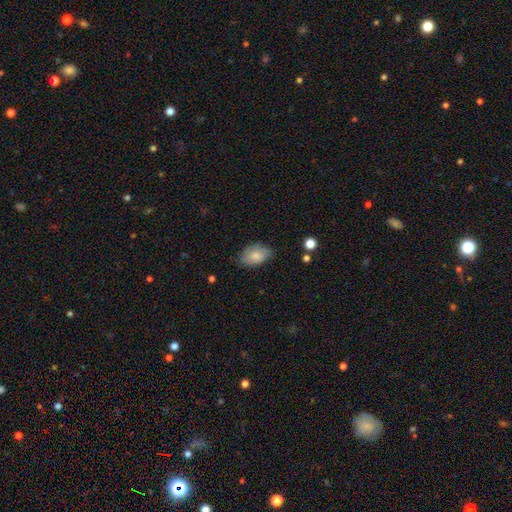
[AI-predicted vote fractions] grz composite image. It shows a smooth galaxy with no disk features (78%) that is in between round and cigar-shaped (90%). Merging: none (70%).